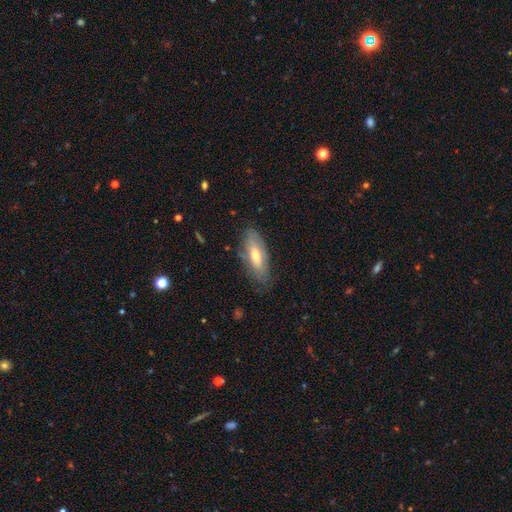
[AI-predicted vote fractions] This appears to be a smooth galaxy with no disk features (54%) that is in between round and cigar-shaped (71%). Merging: none (75%).